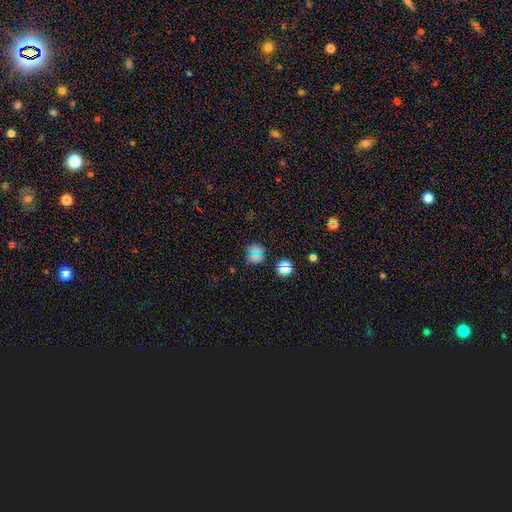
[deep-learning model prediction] Smooth or featured: smooth — 53% (star or artifact — 40%)
How rounded: round — 86% (in between — 12%)
Merging: none — 83% (minor disturbance — 9%)